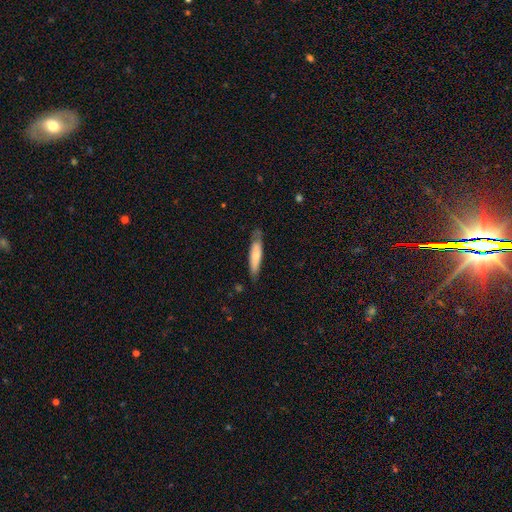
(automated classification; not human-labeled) This appears to be a smooth galaxy with no disk features (65%) that is cigar-shaped (74%). Merging: none (69%).